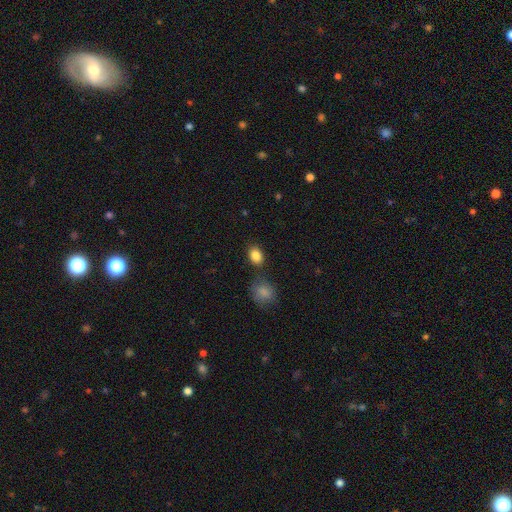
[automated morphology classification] The model was most divided on "how rounded": in between: 68%, round: 30%, cigar-shaped: 1%. More confident: smooth or featured — smooth (85%); merging — none (78%).